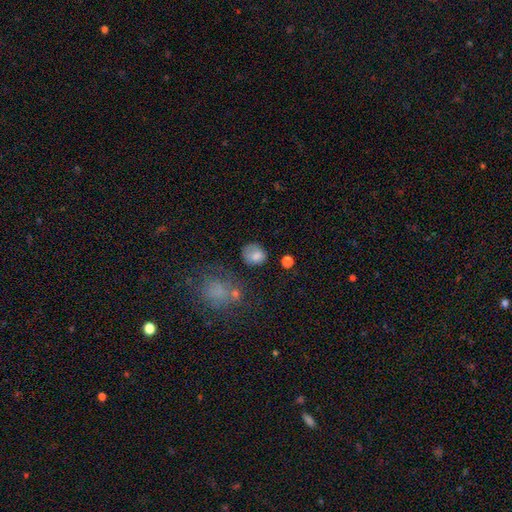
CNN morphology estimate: smooth-or-featured: smooth: 80% | featured or disk: 10% | star or artifact: 10%
  how-rounded: round: 62% | in between: 37% | cigar-shaped: 1%
  merging: none: 65% | minor disturbance: 22% | major disturbance: 9% | merger: 5%